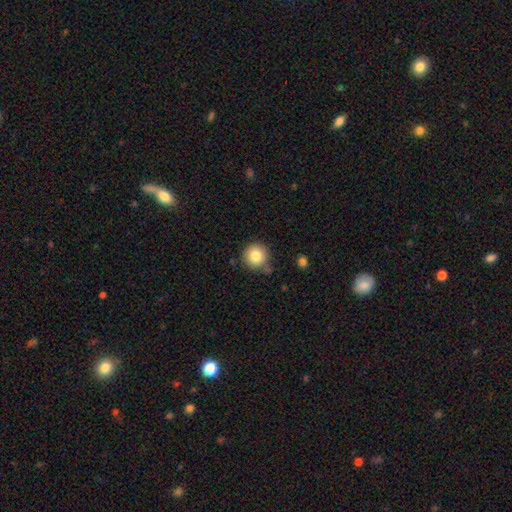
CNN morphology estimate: Q: Smooth or featured?
A: smooth (82%); runner-up: star or artifact (10%)
Q: How rounded?
A: round (95%); runner-up: in between (4%)
Q: Merging?
A: none (79%); runner-up: minor disturbance (13%)